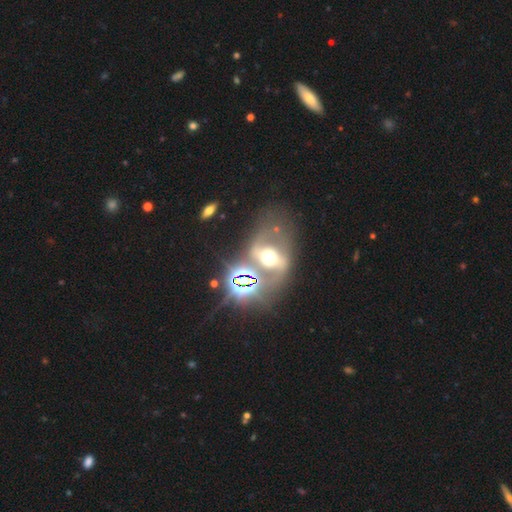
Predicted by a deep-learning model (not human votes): The model was most divided on "merging": merger: 40%, none: 37%, minor disturbance: 11%, major disturbance: 11%. Remaining: smooth or featured — featured or disk (48%).